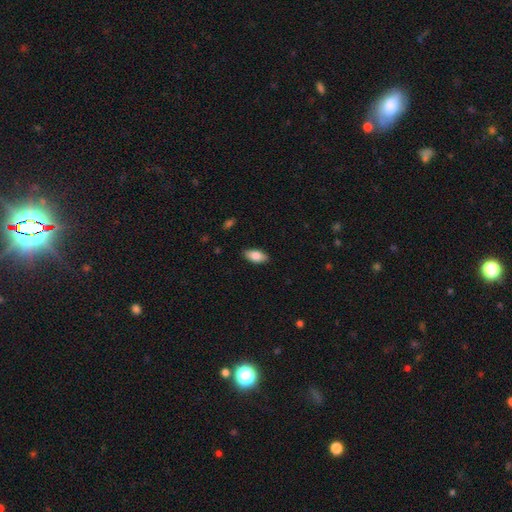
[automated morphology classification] Smooth or featured? Predicted: smooth (p=0.83). How rounded? Predicted: in between (p=0.92). Merging? Predicted: none (p=0.88).